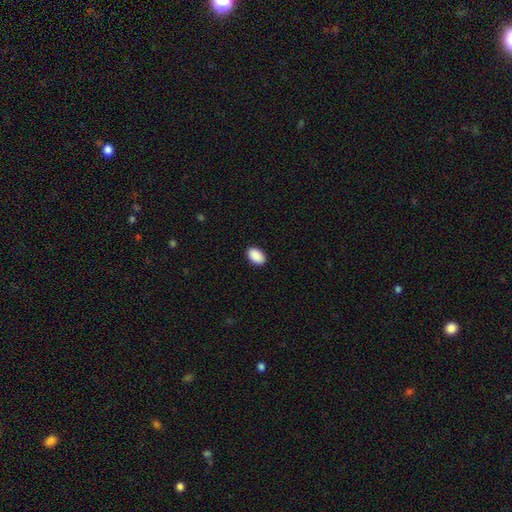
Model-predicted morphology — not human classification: smooth_or_featured: smooth (p=0.91) [alt: star or artifact p=0.07]
how_rounded: in between (p=0.92) [alt: round p=0.07]
merging: none (p=0.90) [alt: minor disturbance p=0.07]